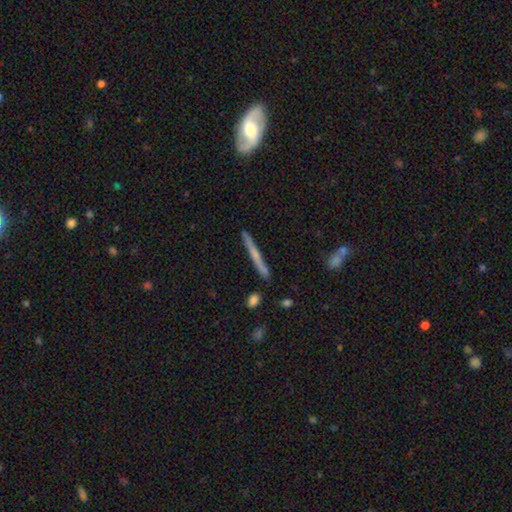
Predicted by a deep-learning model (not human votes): smooth-or-featured: featured or disk: 51% | smooth: 42% | star or artifact: 7%
  disk-edge-on: yes: 97% | no: 3%
  merging: none: 88% | minor disturbance: 8% | merger: 2% | major disturbance: 2%